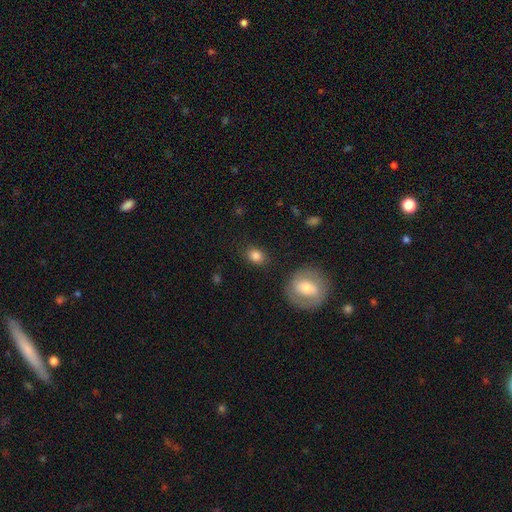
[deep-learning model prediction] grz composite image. It shows a smooth galaxy with no disk features (84%) that is in between round and cigar-shaped (56%). Merging: none (84%).